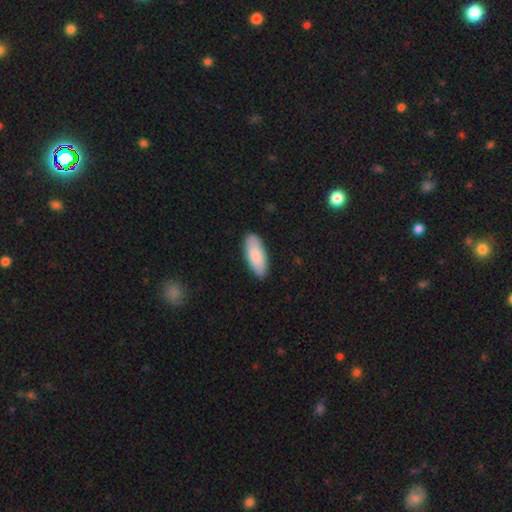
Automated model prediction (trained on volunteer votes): Smooth or featured?
  - smooth: 86% *
  - featured or disk: 9%
  - star or artifact: 5%
How rounded?
  - in between: 81% *
  - cigar-shaped: 17%
  - round: 2%
Merging?
  - none: 87% *
  - minor disturbance: 11%
  - major disturbance: 2%
  - merger: 1%